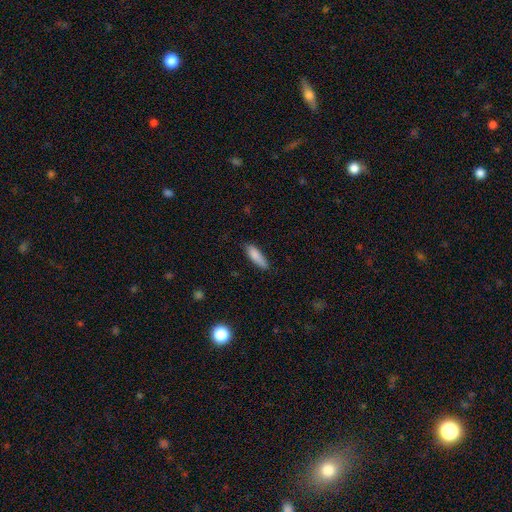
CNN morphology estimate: A smooth galaxy with no disk features (86%) that is cigar-shaped (52%).

Vote fractions:
- Smooth or featured? smooth: 86% / featured or disk: 8% / star or artifact: 6%
- How rounded? cigar-shaped: 52% / in between: 46% / round: 2%
- Merging? none: 77% / minor disturbance: 18% / major disturbance: 3% / merger: 2%